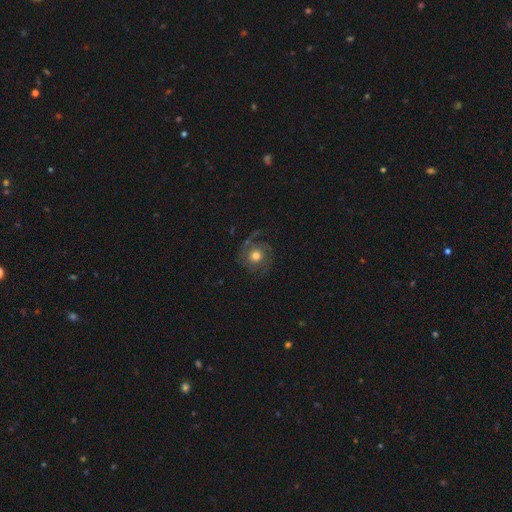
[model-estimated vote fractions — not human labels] Smooth or featured? featured or disk (63%)
Edge-on disk? no (98%)
Bar? no (82%)
Spiral arms? yes (88%)
Spiral winding? medium (41%)
Spiral arm count? 2 (60%)
Bulge size? moderate (70%)
Merging? none (70%)